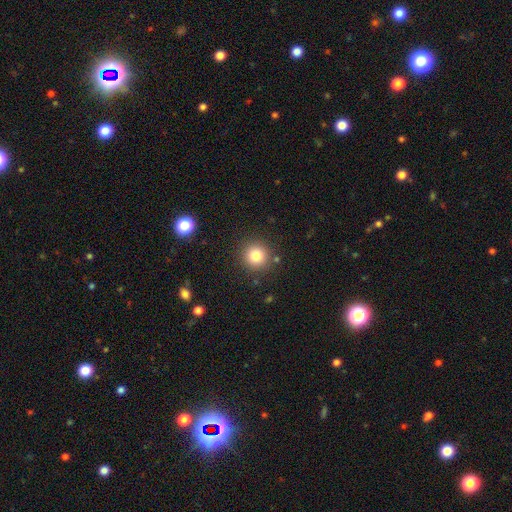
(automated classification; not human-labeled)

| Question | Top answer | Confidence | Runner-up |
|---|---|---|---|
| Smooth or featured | smooth | 81% | star or artifact (12%) |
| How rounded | round | 94% | in between (5%) |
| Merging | none | 88% | minor disturbance (7%) |